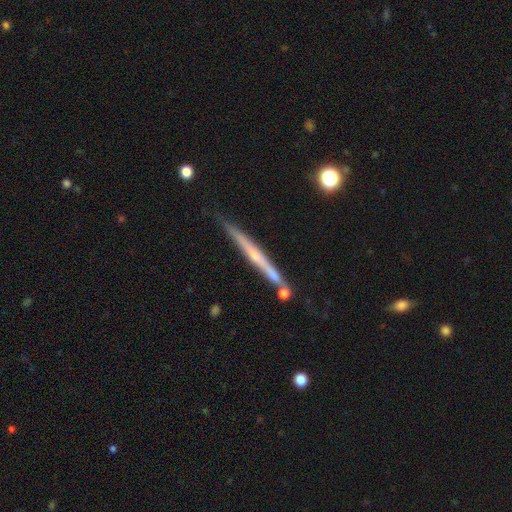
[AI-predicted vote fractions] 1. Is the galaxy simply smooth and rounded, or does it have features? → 66% featured or disk, 27% smooth, 7% star or artifact.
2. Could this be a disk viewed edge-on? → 97% yes, 3% no.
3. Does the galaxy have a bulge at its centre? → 52% none, 42% rounded, 6% boxy.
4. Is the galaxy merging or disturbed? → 77% none, 13% minor disturbance, 7% merger, 2% major disturbance.